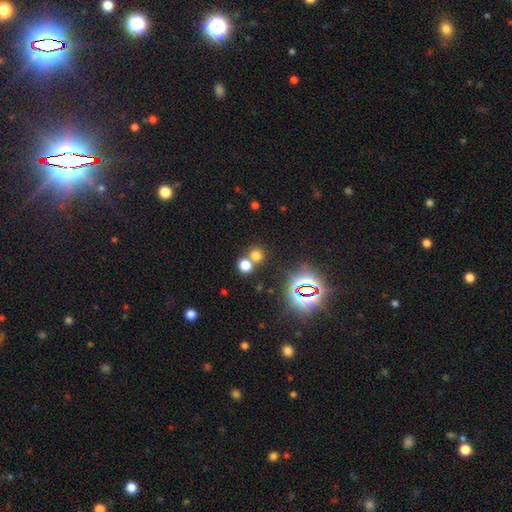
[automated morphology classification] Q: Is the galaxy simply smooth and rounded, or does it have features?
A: smooth — 64%.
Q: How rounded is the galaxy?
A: round — 86%.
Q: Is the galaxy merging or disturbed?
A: none — 59%.